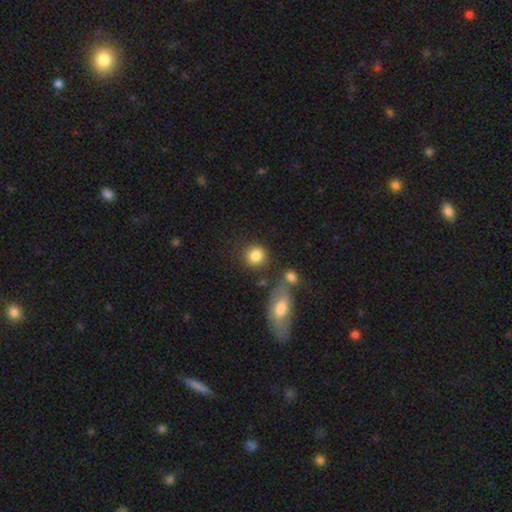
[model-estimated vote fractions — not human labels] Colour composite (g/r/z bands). It shows a smooth galaxy with no disk features (84%) that is round (86%). Merging: none (74%).